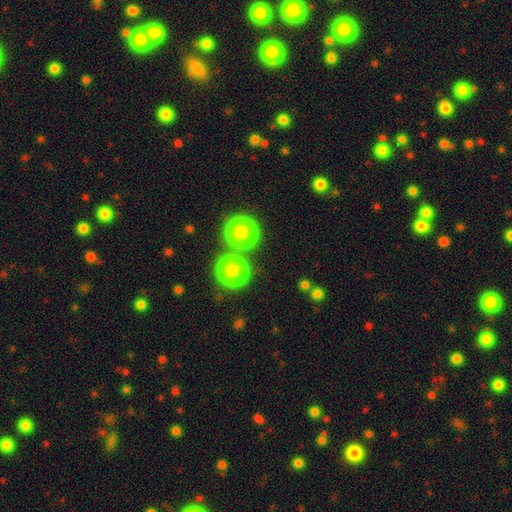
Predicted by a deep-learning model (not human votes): Smooth or featured?
  - smooth: 49% *
  - star or artifact: 44%
  - featured or disk: 6%
Merging?
  - none: 78% *
  - merger: 11%
  - minor disturbance: 7%
  - major disturbance: 4%